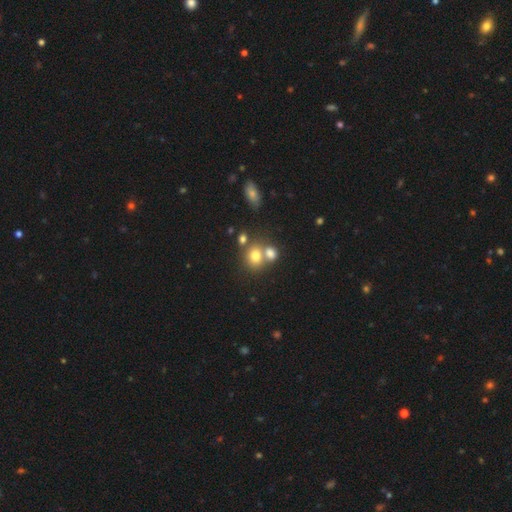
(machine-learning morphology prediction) smooth 75%, star or artifact 13%, featured or disk 12%. Down the decision tree: how rounded — round (63%); merging — none (45%).